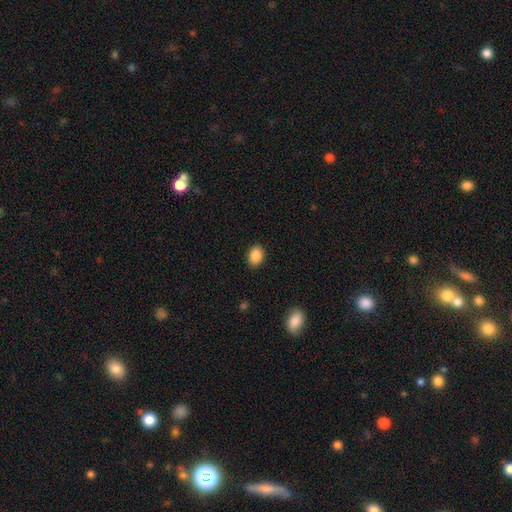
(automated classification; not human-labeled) Smooth or featured? smooth (88%)
How rounded? in between (74%)
Merging? none (89%)